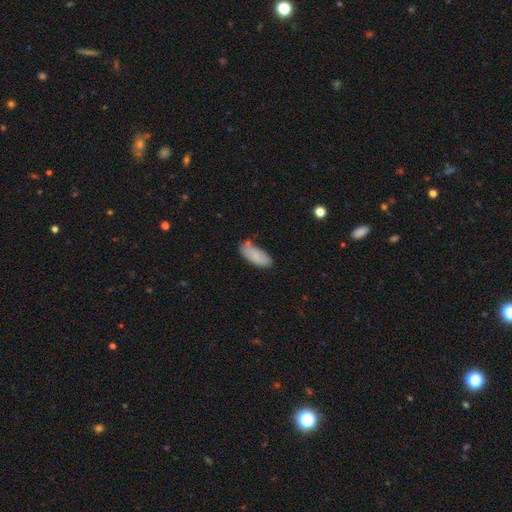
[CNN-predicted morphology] This appears to be a smooth galaxy with no disk features (85%) that is in between round and cigar-shaped (84%). Merging: none (66%).